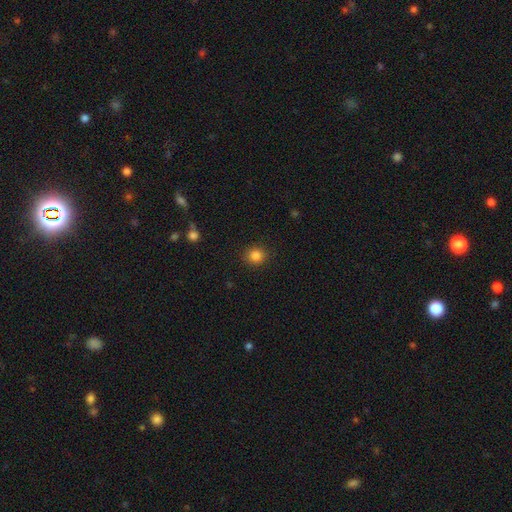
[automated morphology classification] Smooth or featured? smooth (85%)
How rounded? round (90%)
Merging? none (91%)